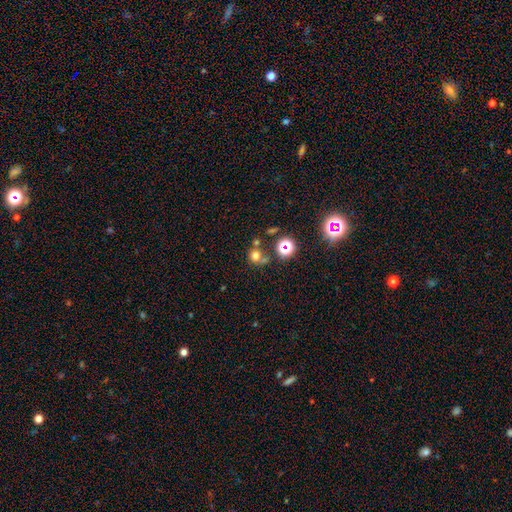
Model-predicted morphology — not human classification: smooth 67%, star or artifact 22%, featured or disk 11%. Down the decision tree: how rounded — round (85%); merging — none (55%).